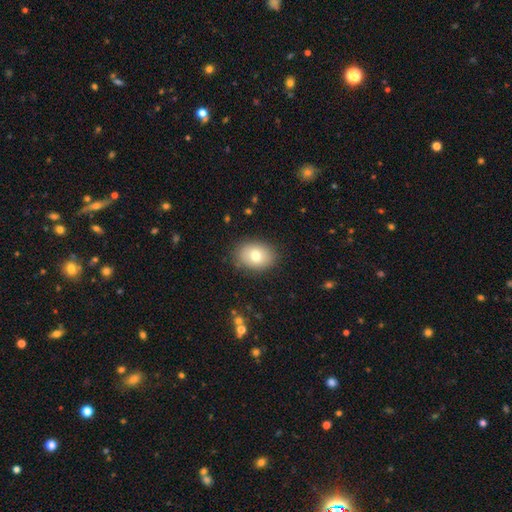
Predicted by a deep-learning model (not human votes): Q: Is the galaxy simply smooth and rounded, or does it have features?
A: smooth — 76%.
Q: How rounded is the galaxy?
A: in between — 72%.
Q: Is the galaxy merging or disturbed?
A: none — 85%.